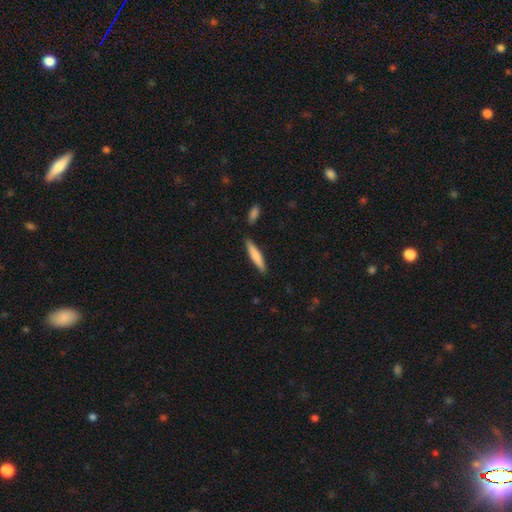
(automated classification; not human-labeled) smooth_or_featured: smooth (p=0.75) [alt: featured or disk p=0.20]
how_rounded: cigar-shaped (p=0.89) [alt: in between p=0.10]
merging: none (p=0.87) [alt: minor disturbance p=0.08]